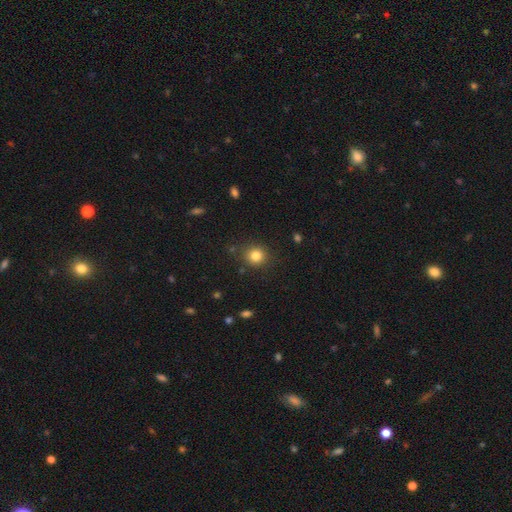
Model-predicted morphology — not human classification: Overall: smooth (82%). How rounded: round (87%). Merging: none (86%).